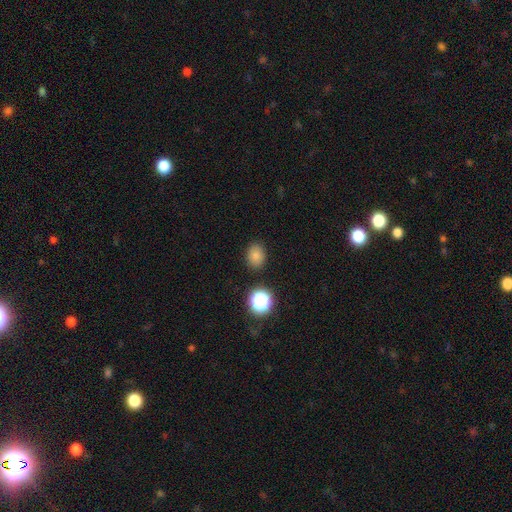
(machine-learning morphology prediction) This is likely a smooth galaxy (78%). How rounded: possibly in between (54%). Merging: clearly none (85%).